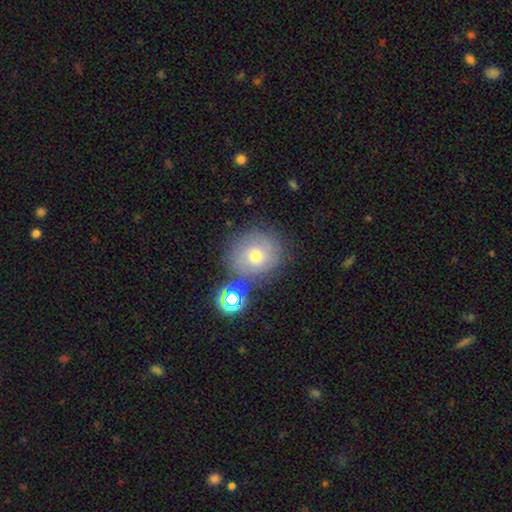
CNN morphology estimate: Q: Smooth or featured?
A: smooth (65%); runner-up: featured or disk (20%)
Q: How rounded?
A: round (90%); runner-up: in between (9%)
Q: Merging?
A: none (70%); runner-up: minor disturbance (13%)